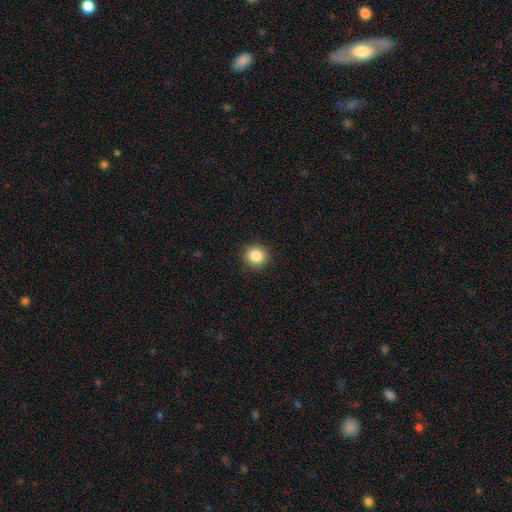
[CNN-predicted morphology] This appears to be a smooth galaxy with no disk features (85%) that is round (91%). Merging: none (91%).